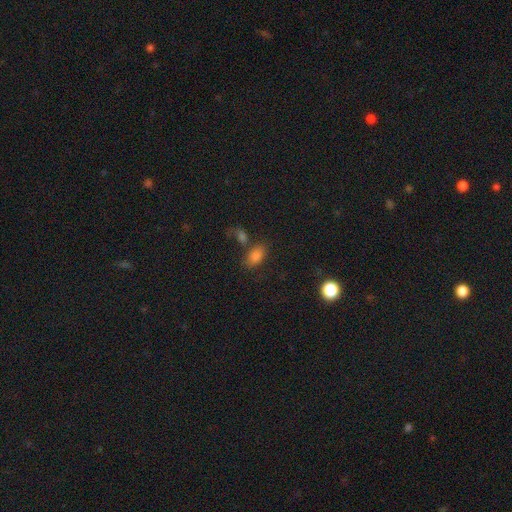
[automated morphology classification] A smooth galaxy with no disk features (78%) that is in between round and cigar-shaped (85%). Merging: none (63%).